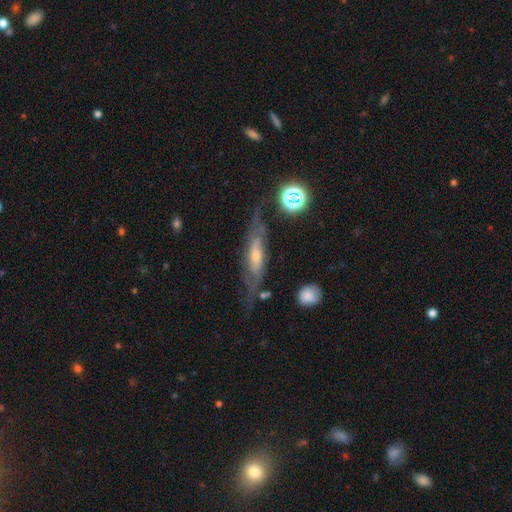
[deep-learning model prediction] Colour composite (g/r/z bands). It shows a featured or disk galaxy (70%) viewed edge-on (51%). Merging: none (61%).